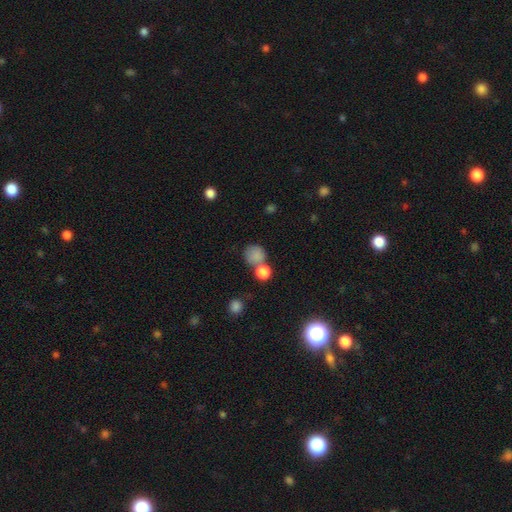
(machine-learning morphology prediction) This appears to be a smooth galaxy with no disk features (80%) that is round (81%). Merging: none (53%).